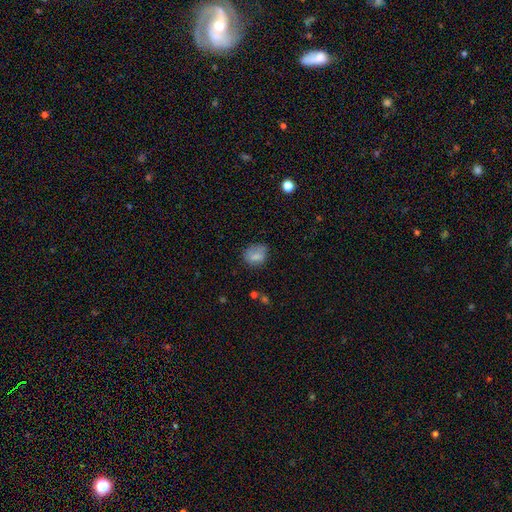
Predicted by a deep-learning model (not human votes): This is likely a smooth galaxy (76%). How rounded: possibly round (53%). Merging: possibly none (57%).